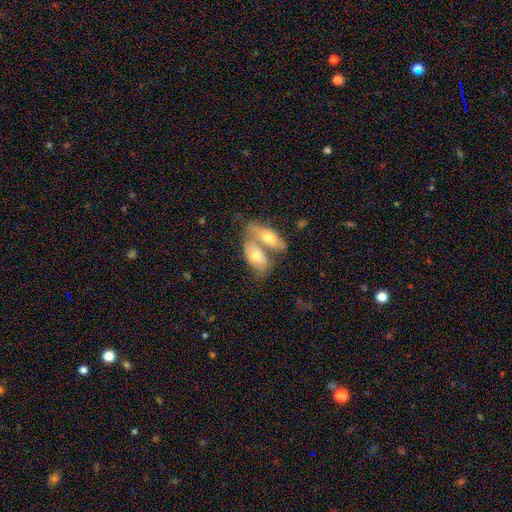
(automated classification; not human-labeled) Overall: smooth (59%; featured or disk 35%). How rounded: in between (86%). Merging: merger (64%).